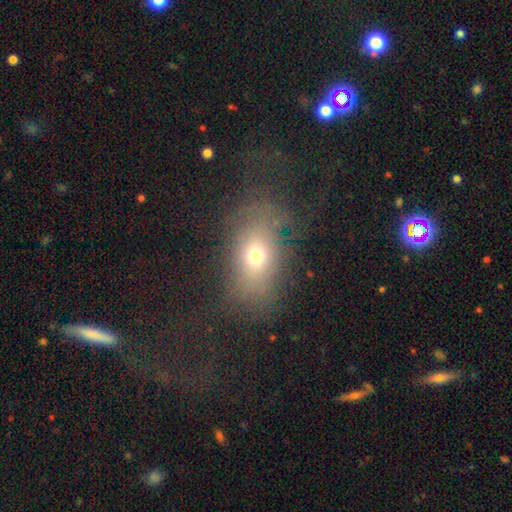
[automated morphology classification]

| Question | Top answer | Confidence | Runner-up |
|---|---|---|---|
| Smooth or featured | smooth | 65% | featured or disk (20%) |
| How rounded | in between | 73% | round (25%) |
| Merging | none | 57% | major disturbance (23%) |